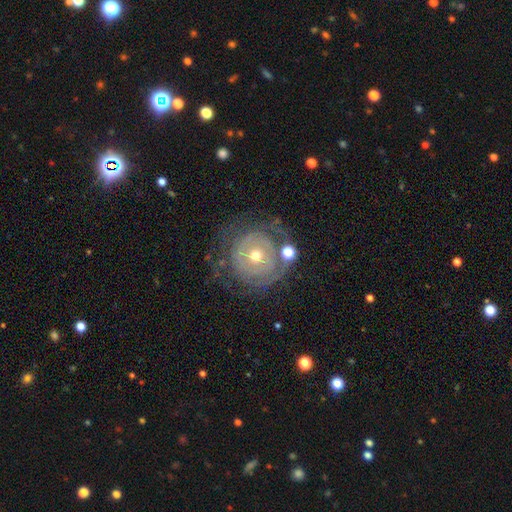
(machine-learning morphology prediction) Smooth or featured?
  - featured or disk: 74% *
  - smooth: 18%
  - star or artifact: 8%
Edge-on disk?
  - no: 97% *
  - yes: 3%
Bar?
  - no: 78% *
  - weak: 16%
  - strong: 5%
Spiral arms?
  - yes: 71% *
  - no: 29%
Spiral winding?
  - tight: 76% *
  - medium: 16%
  - loose: 8%
Spiral arm count?
  - can't tell: 50% *
  - 2: 21%
  - 3: 11%
  - 1: 7%
  - 4: 6%
  - more than 4: 5%
Bulge size?
  - moderate: 50% *
  - small: 46%
  - large: 2%
  - none: 1%
  - dominant: 1%
Merging?
  - none: 59% *
  - minor disturbance: 18%
  - major disturbance: 16%
  - merger: 7%